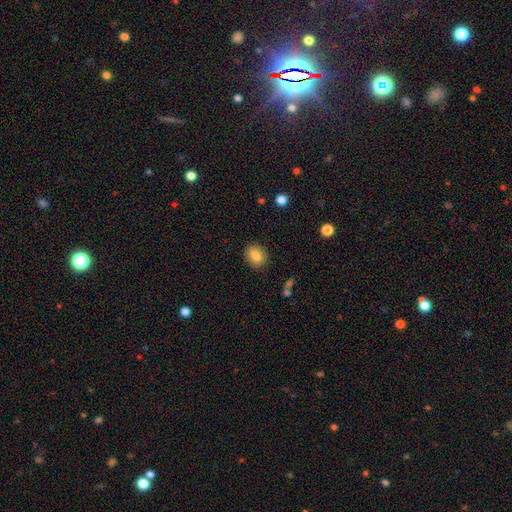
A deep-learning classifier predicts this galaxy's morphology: smooth-or-featured: smooth: 82% | featured or disk: 9% | star or artifact: 9%
  how-rounded: round: 61% | in between: 38% | cigar-shaped: 1%
  merging: none: 88% | minor disturbance: 9% | major disturbance: 2% | merger: 1%